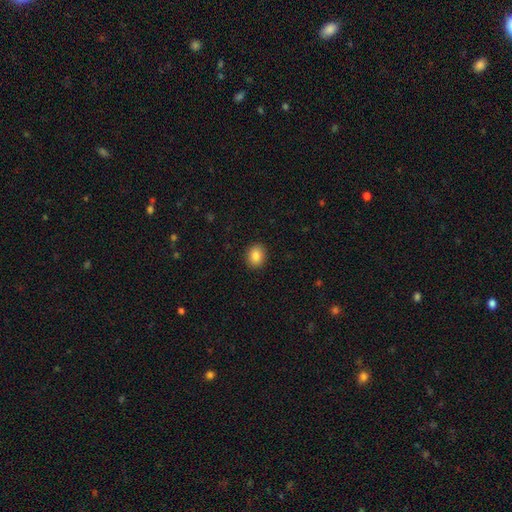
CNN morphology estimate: Smooth or featured: smooth — 86% (star or artifact — 9%)
How rounded: round — 57% (in between — 42%)
Merging: none — 91% (minor disturbance — 6%)